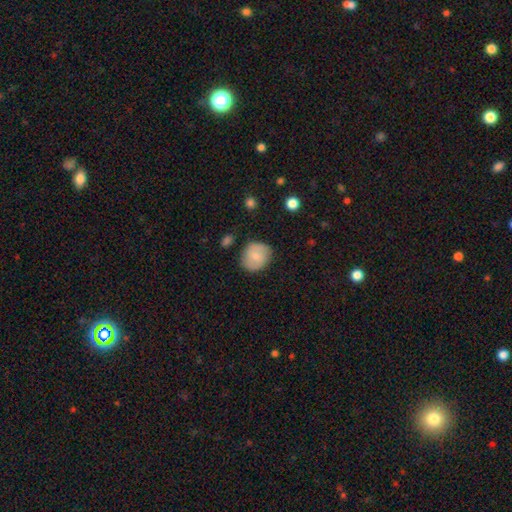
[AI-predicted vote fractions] smooth 68%, featured or disk 25%, star or artifact 7%. Down the decision tree: how rounded — round (68%); merging — none (78%).